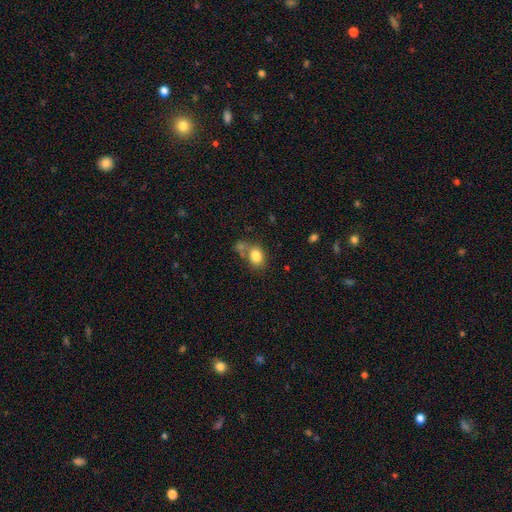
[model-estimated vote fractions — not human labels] smooth_or_featured: smooth (p=0.82) [alt: star or artifact p=0.09]
how_rounded: in between (p=0.62) [alt: round p=0.37]
merging: none (p=0.50) [alt: merger p=0.27]